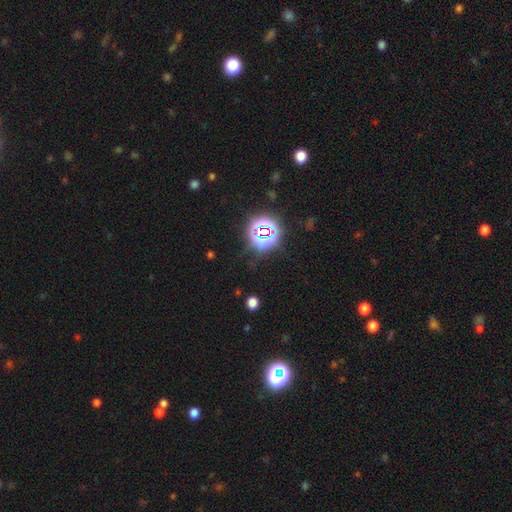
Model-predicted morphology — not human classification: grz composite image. It shows a star or artifact, not a galaxy (82%).